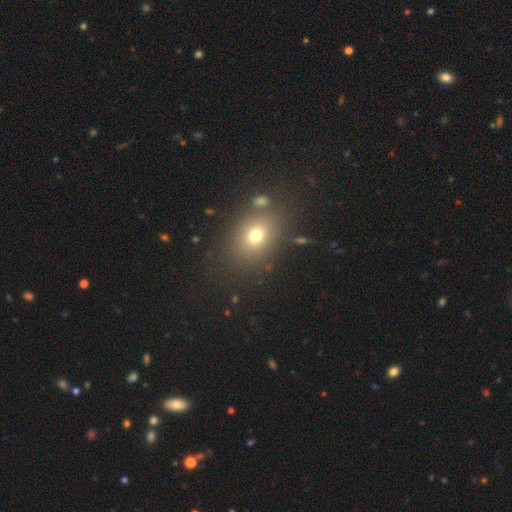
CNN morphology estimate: smooth-or-featured: smooth: 63% | star or artifact: 25% | featured or disk: 12%
  how-rounded: in between: 53% | round: 46% | cigar-shaped: 2%
  merging: none: 80% | minor disturbance: 10% | merger: 7% | major disturbance: 4%